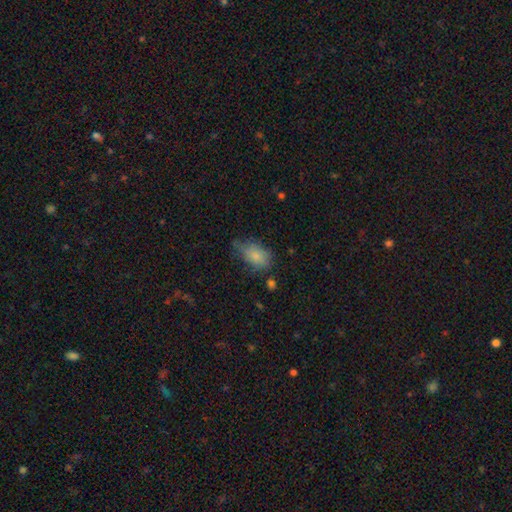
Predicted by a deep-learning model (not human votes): Morphology: type=smooth (80%); roundness=in between (87%); merging=none (51%).